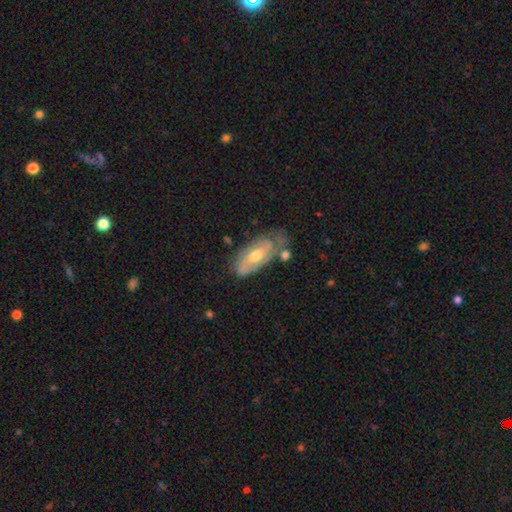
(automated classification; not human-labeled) This appears to be a featured or disk galaxy (65%) with no bar (58%), spiral arms (76%) and a moderate central bulge (67%). Merging: none (54%).